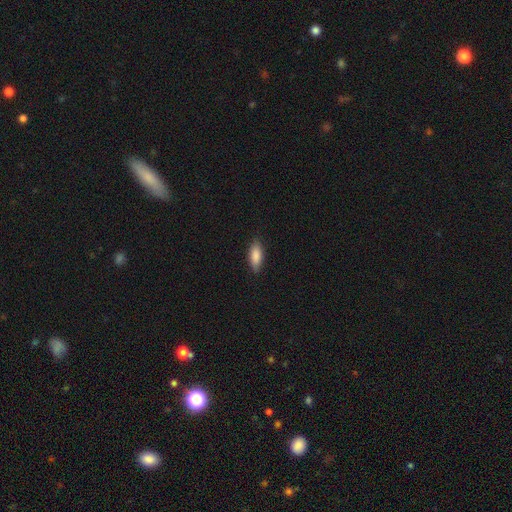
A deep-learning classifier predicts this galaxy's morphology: A smooth galaxy with no disk features (85%) that is in between round and cigar-shaped (71%).

Vote fractions:
- Smooth or featured? smooth: 85% / featured or disk: 9% / star or artifact: 6%
- How rounded? in between: 71% / cigar-shaped: 27% / round: 2%
- Merging? none: 85% / minor disturbance: 12% / major disturbance: 2% / merger: 1%